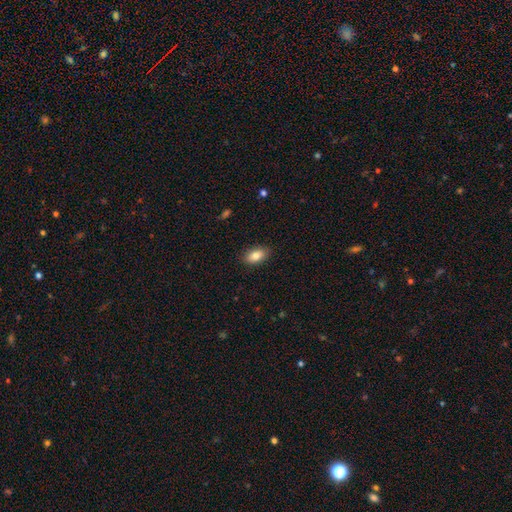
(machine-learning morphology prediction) This appears to be a smooth galaxy with no disk features (82%) that is in between round and cigar-shaped (90%). Merging: none (88%).